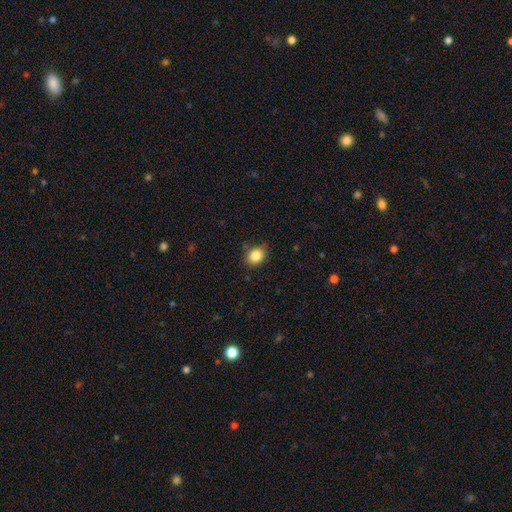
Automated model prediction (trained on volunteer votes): A smooth galaxy with no disk features (85%) that is round (50%). Merging: none (83%).